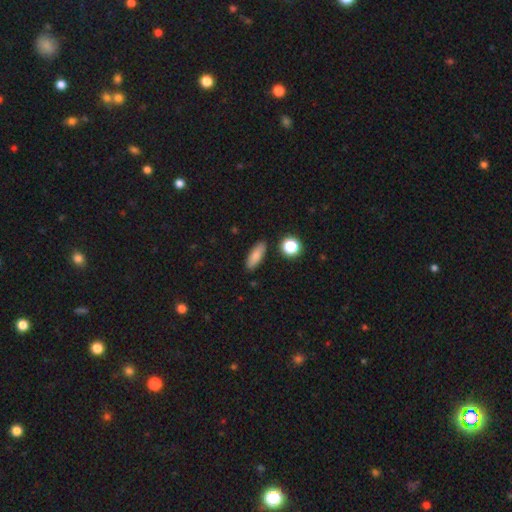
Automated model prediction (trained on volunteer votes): Smooth or featured? Predicted: smooth (p=0.83). How rounded? Predicted: in between (p=0.67). Merging? Predicted: none (p=0.87).